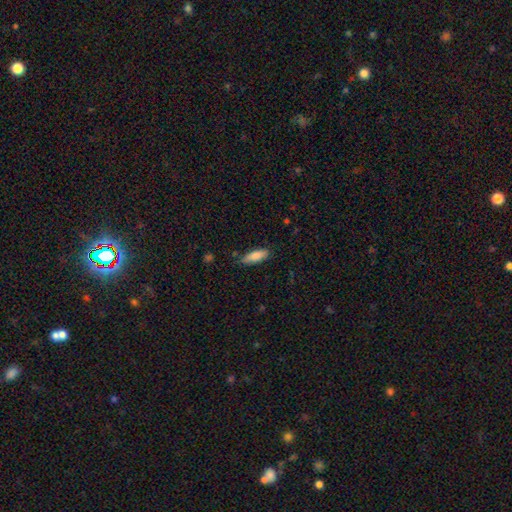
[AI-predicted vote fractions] This appears to be a smooth galaxy with no disk features (85%) that is in between round and cigar-shaped (64%). Merging: none (79%).